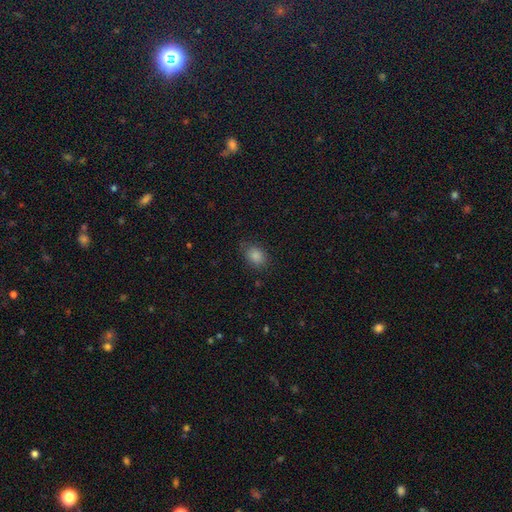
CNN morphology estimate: smooth_or_featured: smooth (p=0.86) [alt: star or artifact p=0.10]
how_rounded: in between (p=0.75) [alt: round p=0.24]
merging: none (p=0.80) [alt: minor disturbance p=0.15]